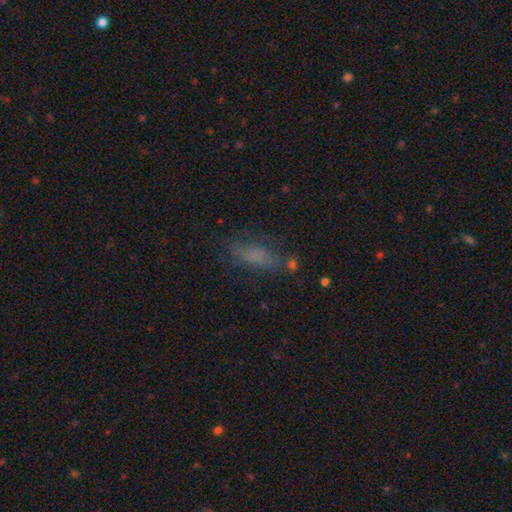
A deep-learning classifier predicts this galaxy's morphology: A smooth galaxy with no disk features (65%) that is in between round and cigar-shaped (58%).

Vote fractions:
- Smooth or featured? smooth: 65% / featured or disk: 18% / star or artifact: 17%
- How rounded? in between: 58% / cigar-shaped: 38% / round: 4%
- Merging? none: 63% / minor disturbance: 21% / major disturbance: 11% / merger: 6%